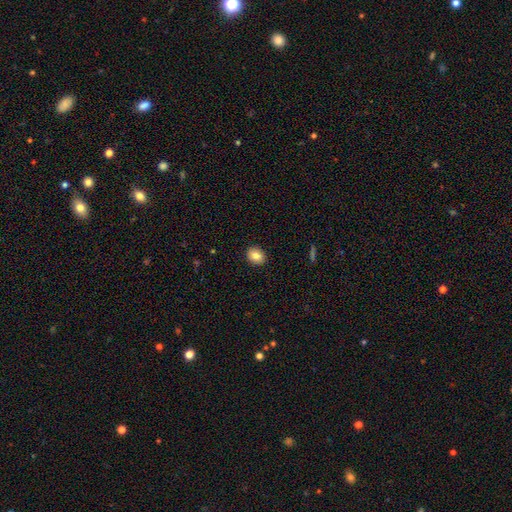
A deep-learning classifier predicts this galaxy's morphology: Smooth or featured? Predicted: smooth (p=0.84). How rounded? Predicted: round (p=0.53). Merging? Predicted: none (p=0.91).